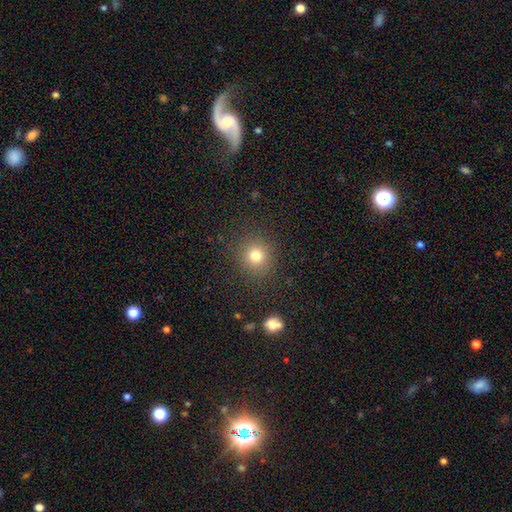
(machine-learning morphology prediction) smooth_or_featured: smooth (p=0.78) [alt: star or artifact p=0.14]
how_rounded: round (p=0.90) [alt: in between p=0.09]
merging: none (p=0.88) [alt: minor disturbance p=0.07]